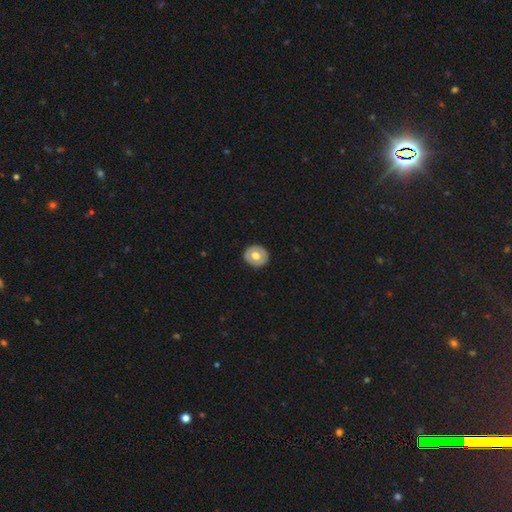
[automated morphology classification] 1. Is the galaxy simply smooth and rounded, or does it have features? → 59% smooth, 35% featured or disk, 6% star or artifact.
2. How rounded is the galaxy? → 84% round, 16% in between, 1% cigar-shaped.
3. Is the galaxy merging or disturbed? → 90% none, 7% minor disturbance, 2% major disturbance, 1% merger.